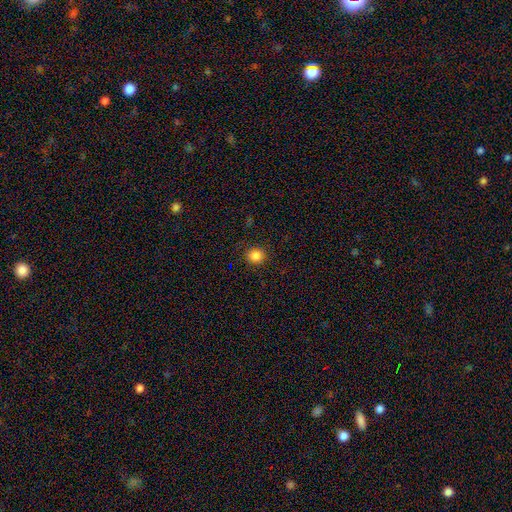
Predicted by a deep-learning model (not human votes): Smooth or featured? Predicted: smooth (p=0.85). How rounded? Predicted: round (p=0.85). Merging? Predicted: none (p=0.89).